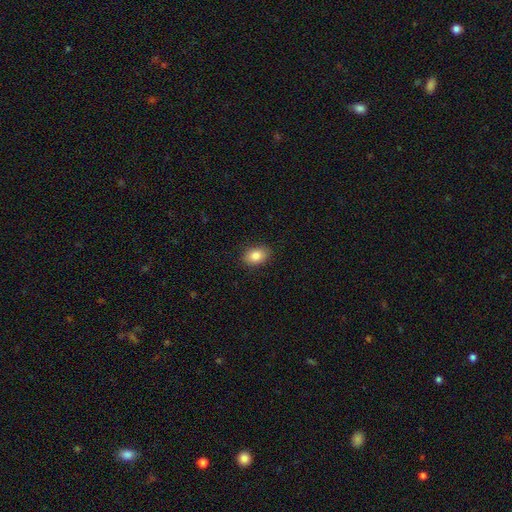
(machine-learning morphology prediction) smooth_or_featured: smooth (p=0.84) [alt: star or artifact p=0.08]
how_rounded: in between (p=0.80) [alt: round p=0.19]
merging: none (p=0.88) [alt: minor disturbance p=0.09]